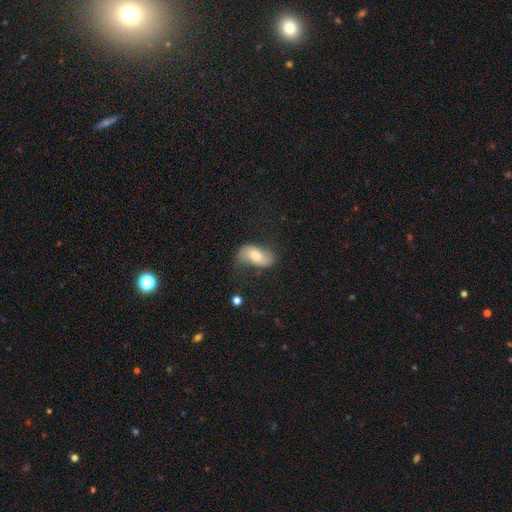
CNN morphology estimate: This appears to be a smooth galaxy with no disk features (54%) that is in between round and cigar-shaped (90%). Merging: none (56%).